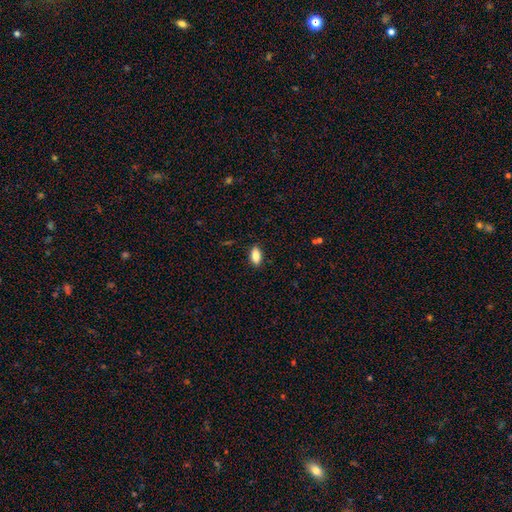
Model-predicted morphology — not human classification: smooth-or-featured: smooth: 83% | featured or disk: 9% | star or artifact: 8%
  how-rounded: in between: 88% | cigar-shaped: 8% | round: 4%
  merging: none: 87% | minor disturbance: 9% | major disturbance: 2% | merger: 1%